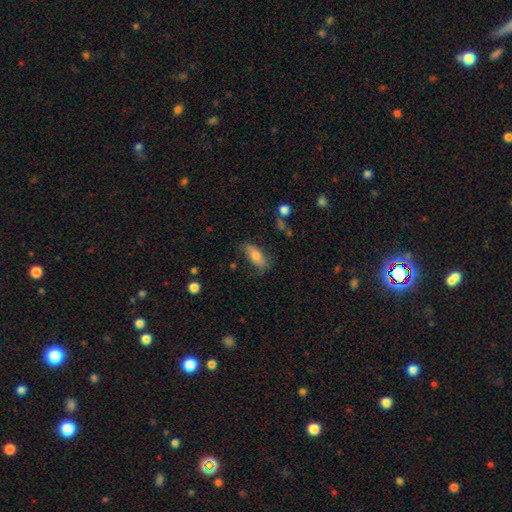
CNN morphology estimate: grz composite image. It shows a smooth galaxy with no disk features (71%) that is in between round and cigar-shaped (80%). Merging: none (65%).